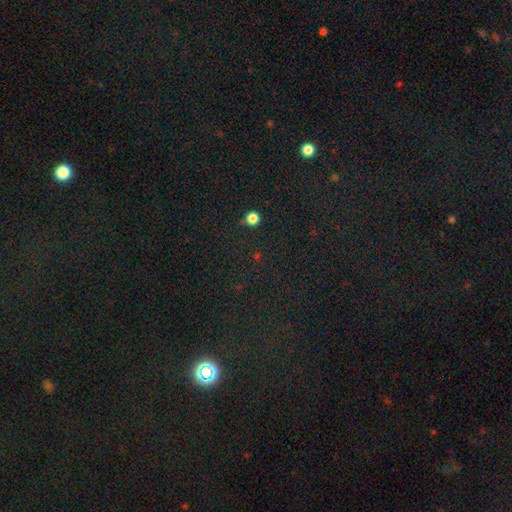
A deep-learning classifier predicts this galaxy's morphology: smooth-or-featured: star or artifact: 73% | smooth: 19% | featured or disk: 8%